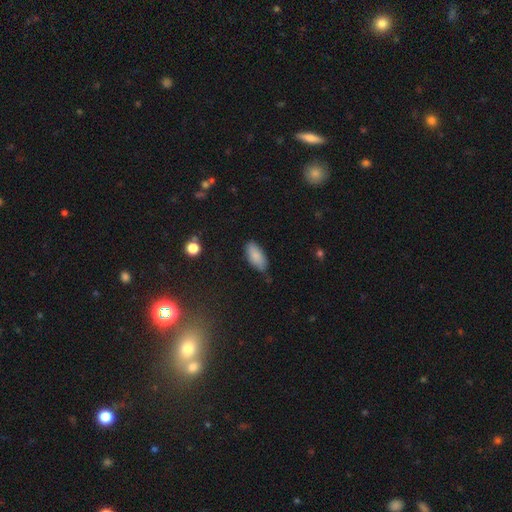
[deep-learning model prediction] A smooth galaxy with no disk features (86%) that is in between round and cigar-shaped (88%). Merging: none (72%).